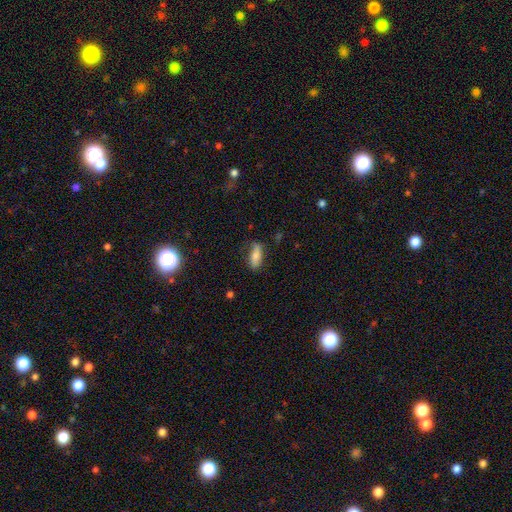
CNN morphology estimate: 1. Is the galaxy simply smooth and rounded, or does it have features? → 75% smooth, 17% featured or disk, 8% star or artifact.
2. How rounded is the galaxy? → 70% in between, 27% cigar-shaped, 3% round.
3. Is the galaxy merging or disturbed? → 70% none, 22% minor disturbance, 6% major disturbance, 2% merger.